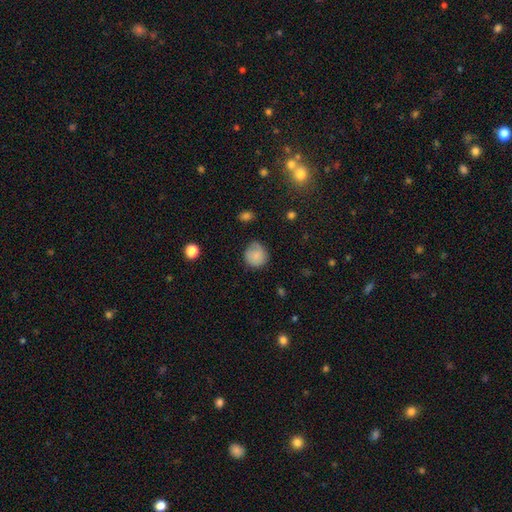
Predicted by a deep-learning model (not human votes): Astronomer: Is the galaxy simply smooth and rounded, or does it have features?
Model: smooth — 82%.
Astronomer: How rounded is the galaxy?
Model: round — 87%.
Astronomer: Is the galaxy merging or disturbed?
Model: none — 71%.